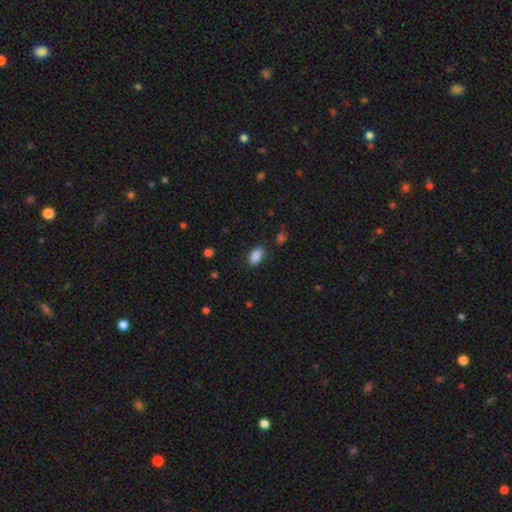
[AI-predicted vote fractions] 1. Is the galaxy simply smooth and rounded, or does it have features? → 88% smooth, 8% star or artifact, 4% featured or disk.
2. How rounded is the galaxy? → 92% in between, 6% round, 2% cigar-shaped.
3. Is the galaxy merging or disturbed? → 83% none, 12% minor disturbance, 3% major disturbance, 2% merger.